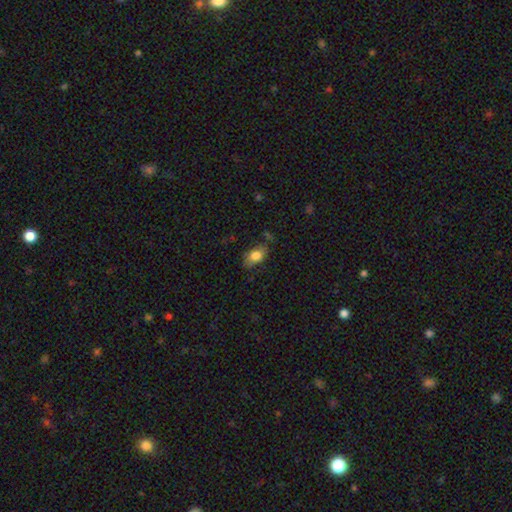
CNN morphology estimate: smooth 79%, featured or disk 13%, star or artifact 8%. Down the decision tree: how rounded — in between (88%); merging — none (70%).